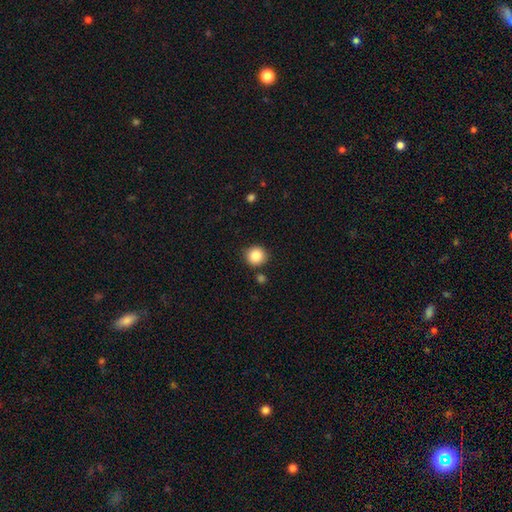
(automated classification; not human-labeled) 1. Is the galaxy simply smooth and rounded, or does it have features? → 86% smooth, 9% star or artifact, 5% featured or disk.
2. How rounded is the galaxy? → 92% round, 7% in between, 1% cigar-shaped.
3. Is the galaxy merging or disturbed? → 86% none, 8% minor disturbance, 4% merger, 2% major disturbance.